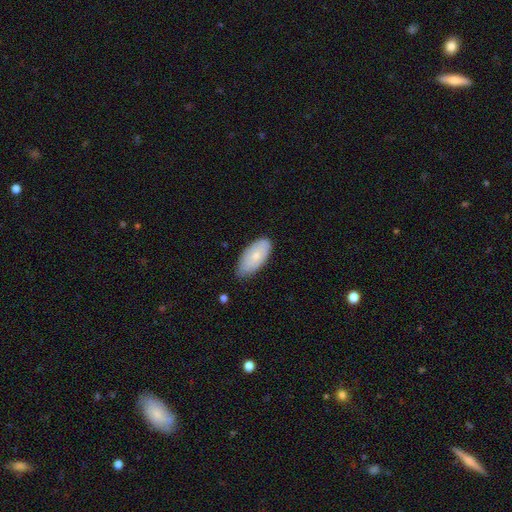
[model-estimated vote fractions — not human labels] Smooth or featured? Predicted: smooth (p=0.69). How rounded? Predicted: in between (p=0.93). Merging? Predicted: none (p=0.71).